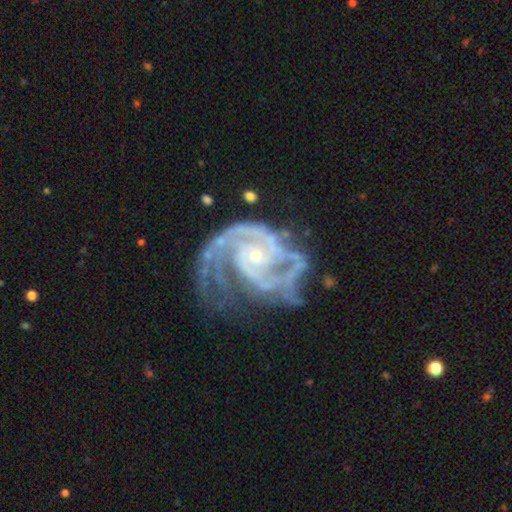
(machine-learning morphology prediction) type=featured or disk (93%); edge-on=no (98%); bar=no (67%); spiral arms=yes (98%); winding=tight (48%); arm count=2 (48%); bulge=small (75%); merging=none (46%).